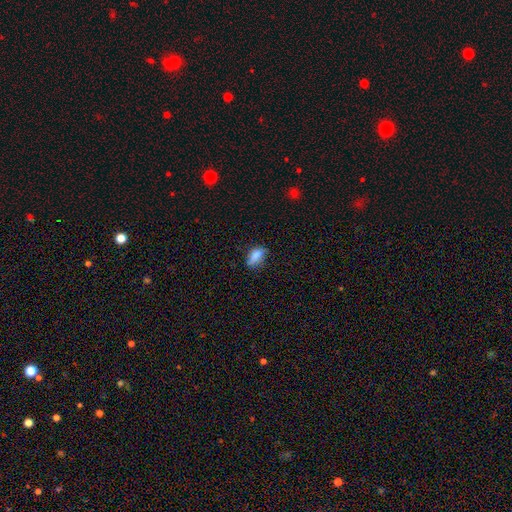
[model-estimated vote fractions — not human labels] Overall: smooth (76%). How rounded: in between (83%). Merging: none (58%; minor disturbance 31%).